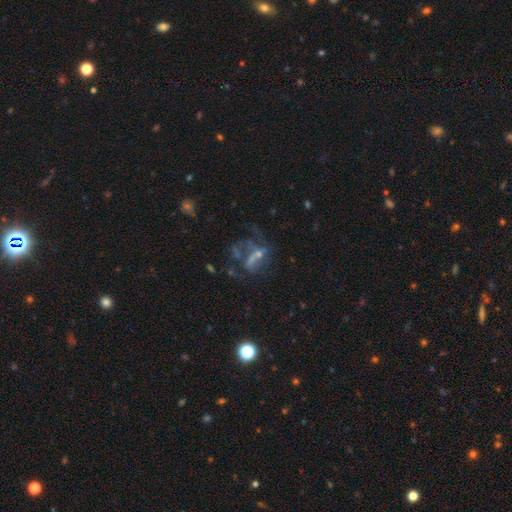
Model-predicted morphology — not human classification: This is possibly a featured or disk galaxy (57%). It is clearly not viewed edge-on (94%). Bar: possibly no (57%). Spiral arm pattern: likely no (66%). Central bulge: marginally none (37%). Merging: possibly major disturbance (46%).